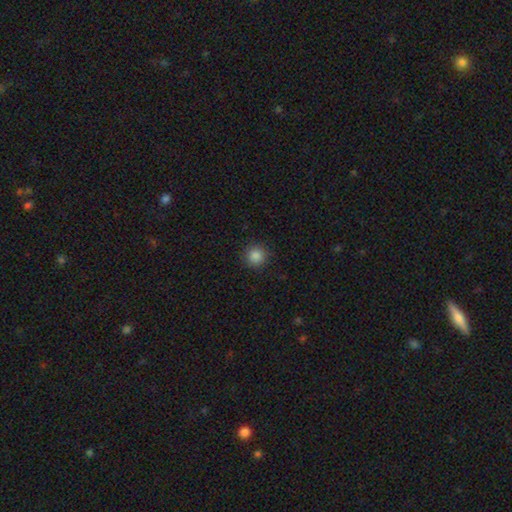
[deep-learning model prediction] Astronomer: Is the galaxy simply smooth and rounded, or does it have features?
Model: smooth — 85%.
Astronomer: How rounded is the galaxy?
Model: round — 94%.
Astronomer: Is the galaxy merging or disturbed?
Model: none — 91%.